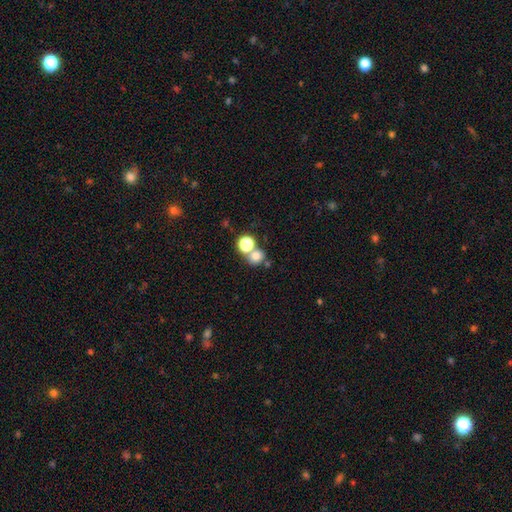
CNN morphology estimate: Smooth or featured?
  - smooth: 73% *
  - star or artifact: 18%
  - featured or disk: 8%
How rounded?
  - round: 82% *
  - in between: 17%
  - cigar-shaped: 1%
Merging?
  - none: 55% *
  - merger: 35%
  - minor disturbance: 7%
  - major disturbance: 4%